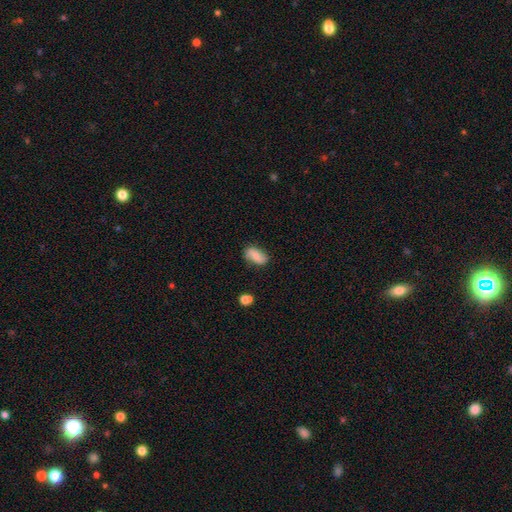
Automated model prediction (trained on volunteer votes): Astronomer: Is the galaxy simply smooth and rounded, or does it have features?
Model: smooth — 60%.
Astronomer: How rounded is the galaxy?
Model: in between — 90%.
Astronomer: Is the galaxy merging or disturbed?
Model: none — 75%.